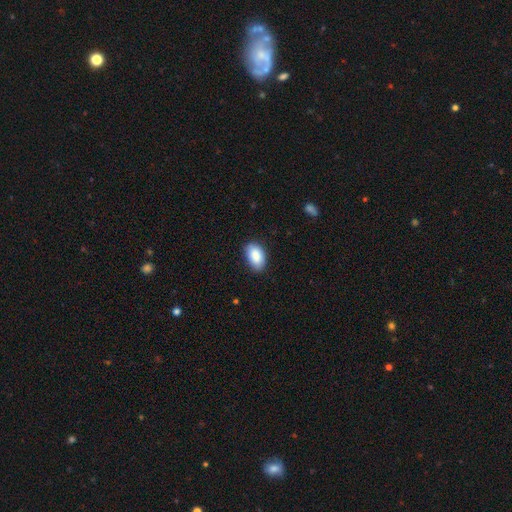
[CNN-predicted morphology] Smooth or featured? Predicted: smooth (p=0.89). How rounded? Predicted: in between (p=0.92). Merging? Predicted: none (p=0.80).